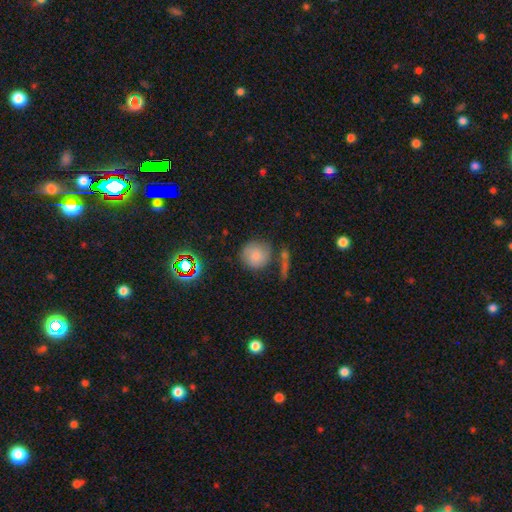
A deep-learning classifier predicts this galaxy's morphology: Smooth or featured? smooth (77%)
How rounded? round (91%)
Merging? none (67%)